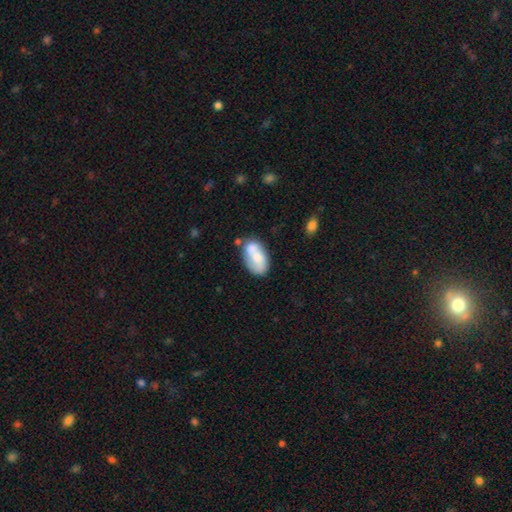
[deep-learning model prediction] A smooth galaxy with no disk features (63%) that is in between round and cigar-shaped (93%).

Vote fractions:
- Smooth or featured? smooth: 63% / featured or disk: 30% / star or artifact: 7%
- How rounded? in between: 93% / round: 5% / cigar-shaped: 2%
- Merging? none: 52% / minor disturbance: 23% / merger: 17% / major disturbance: 8%